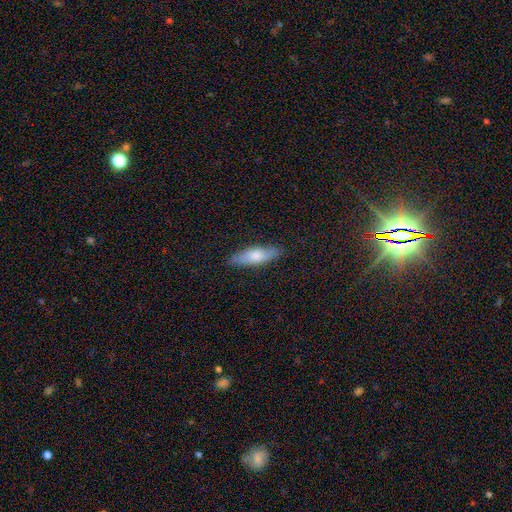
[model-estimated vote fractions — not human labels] smooth-or-featured: smooth: 69% | featured or disk: 25% | star or artifact: 6%
  how-rounded: cigar-shaped: 55% | in between: 42% | round: 2%
  merging: none: 86% | minor disturbance: 11% | major disturbance: 2% | merger: 1%